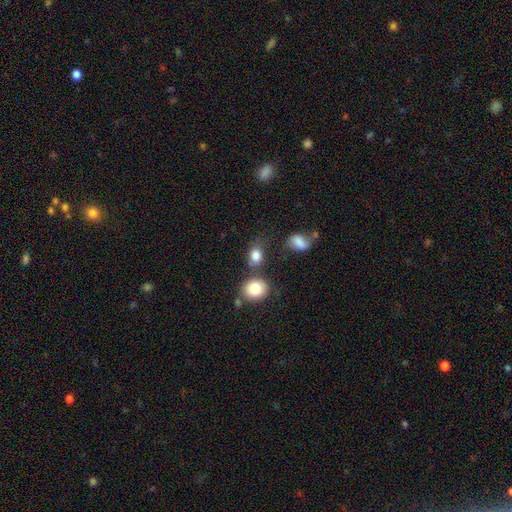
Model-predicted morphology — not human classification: Smooth or featured: smooth — 82% (star or artifact — 10%)
How rounded: in between — 62% (round — 36%)
Merging: none — 54% (minor disturbance — 19%)